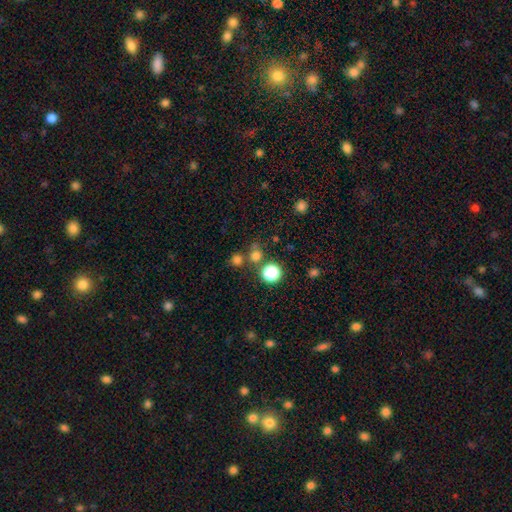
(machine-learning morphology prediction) smooth 68%, star or artifact 26%, featured or disk 6%. Down the decision tree: how rounded — round (89%); merging — none (67%).